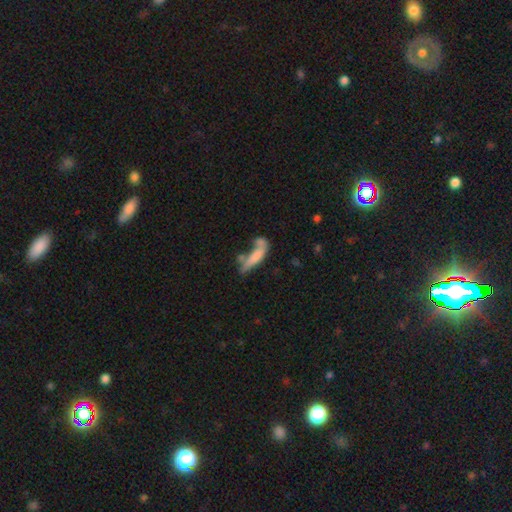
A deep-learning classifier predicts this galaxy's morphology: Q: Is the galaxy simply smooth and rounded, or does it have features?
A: smooth — 64%.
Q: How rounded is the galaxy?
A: cigar-shaped — 64%.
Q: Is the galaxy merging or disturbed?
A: merger — 32%.